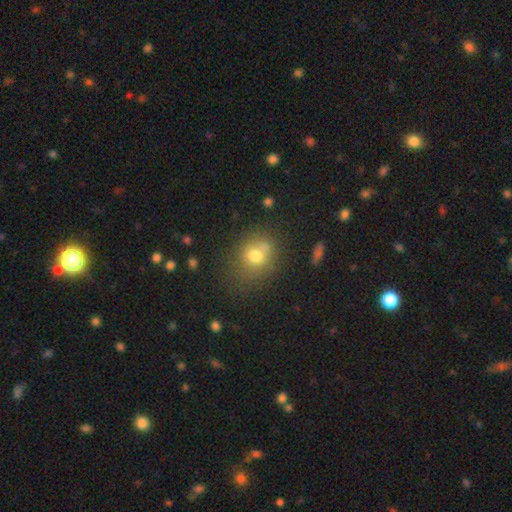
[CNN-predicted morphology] type=smooth (71%); roundness=round (63%); merging=none (57%).